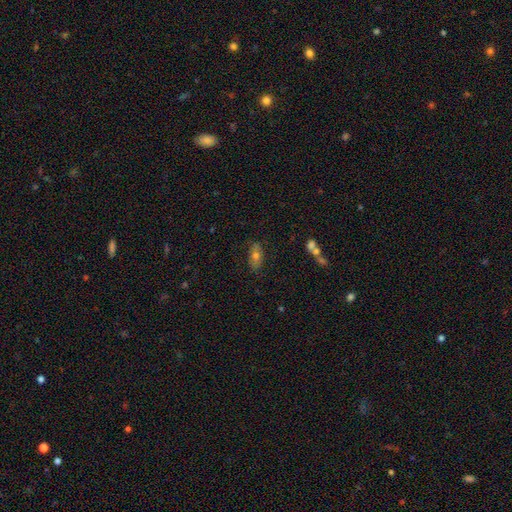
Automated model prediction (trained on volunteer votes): Smooth or featured? smooth (59%)
How rounded? in between (79%)
Merging? none (80%)